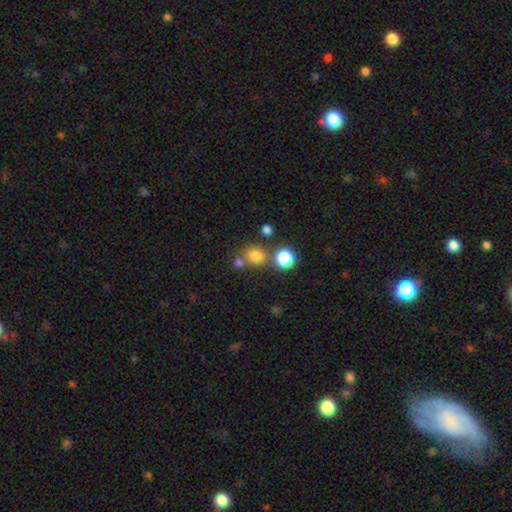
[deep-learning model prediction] Morphology: type=smooth (76%); roundness=round (77%); merging=none (64%).